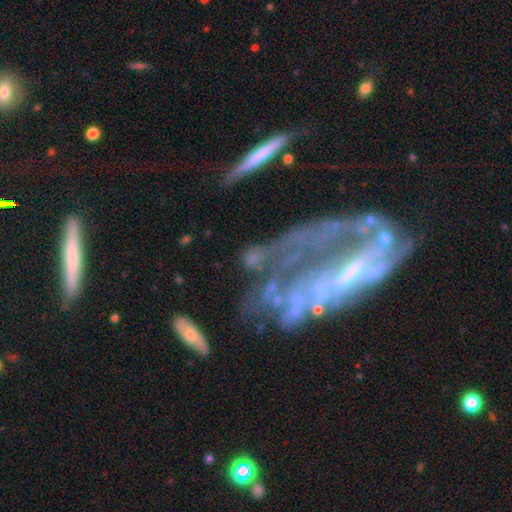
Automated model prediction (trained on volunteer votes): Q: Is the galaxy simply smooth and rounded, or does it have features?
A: featured or disk — 55%.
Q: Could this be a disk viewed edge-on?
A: no — 80%.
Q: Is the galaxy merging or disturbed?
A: none — 54%.